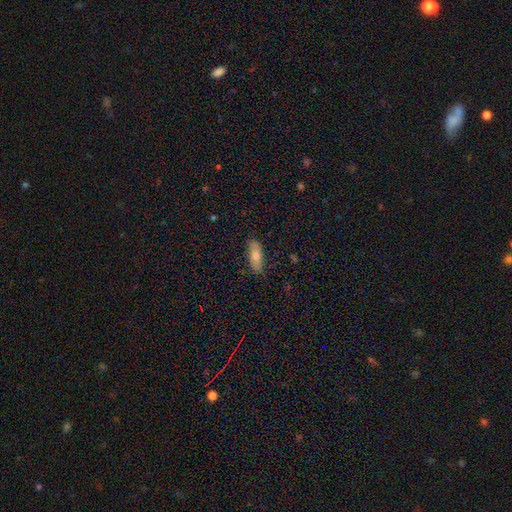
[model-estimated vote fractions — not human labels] Smooth or featured: smooth — 68% (featured or disk — 26%)
How rounded: in between — 69% (cigar-shaped — 28%)
Merging: none — 85% (minor disturbance — 12%)